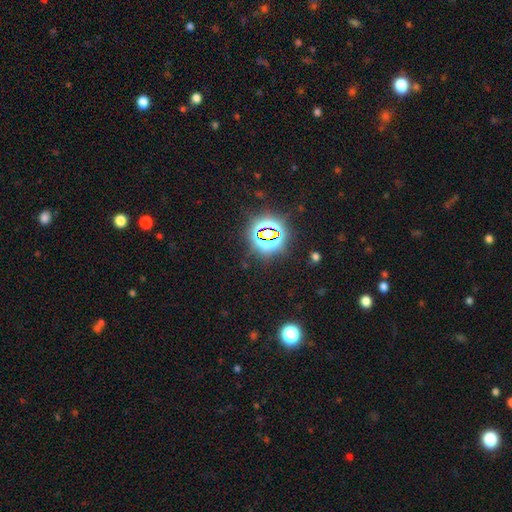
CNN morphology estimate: This is clearly a star or artifact rather than a galaxy (82%).